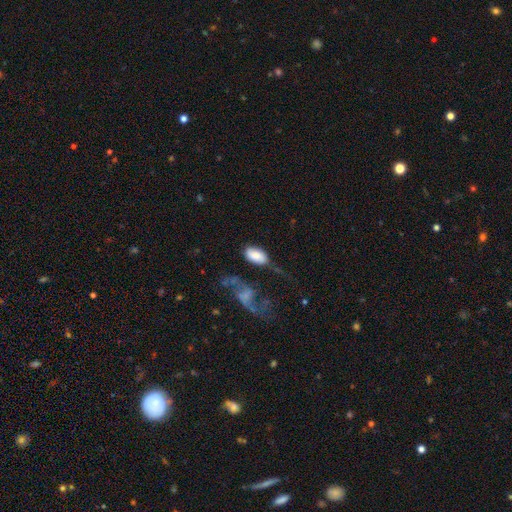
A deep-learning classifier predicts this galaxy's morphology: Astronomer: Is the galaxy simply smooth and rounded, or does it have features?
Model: smooth — 80%.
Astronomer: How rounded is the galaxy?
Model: in between — 94%.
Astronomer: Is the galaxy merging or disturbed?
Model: none — 46% (runner-up: minor disturbance, 23%).